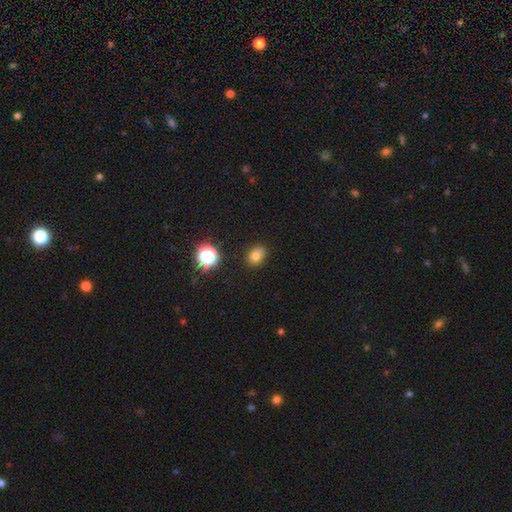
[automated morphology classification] Overall: smooth (77%). How rounded: in between (56%; round 43%). Merging: none (79%).